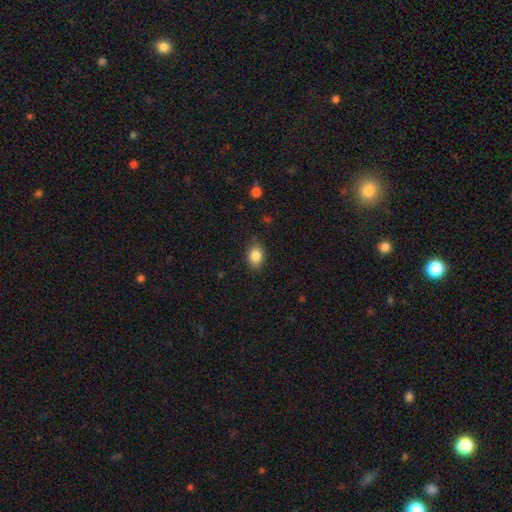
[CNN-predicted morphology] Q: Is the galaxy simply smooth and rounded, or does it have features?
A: smooth — 85%.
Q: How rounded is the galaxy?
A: in between — 69%.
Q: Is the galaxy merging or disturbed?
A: none — 84%.